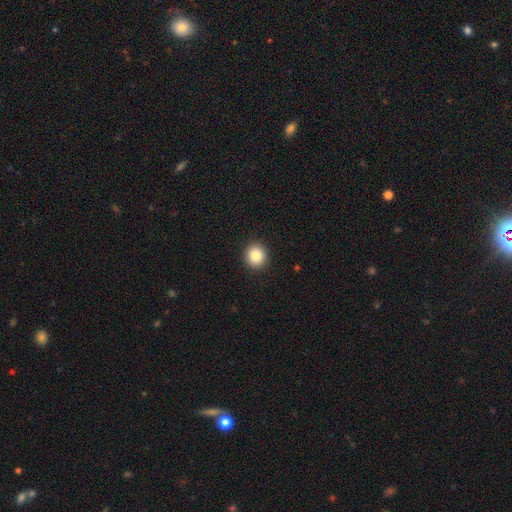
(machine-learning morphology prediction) A smooth galaxy with no disk features (85%) that is round (89%). Merging: none (92%).